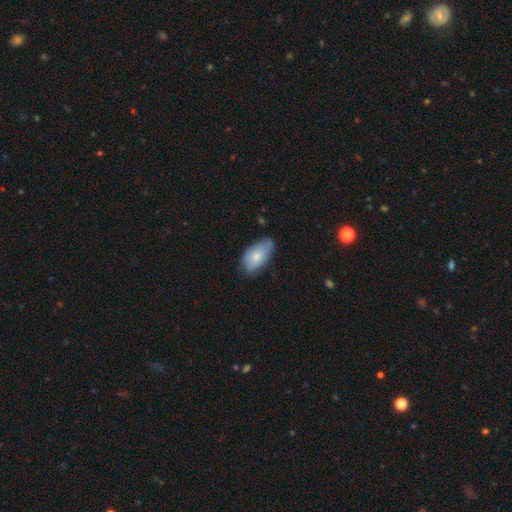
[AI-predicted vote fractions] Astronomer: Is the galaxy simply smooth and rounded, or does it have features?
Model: smooth — 69%.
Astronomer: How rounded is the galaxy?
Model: in between — 93%.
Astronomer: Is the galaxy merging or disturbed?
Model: none — 63%.